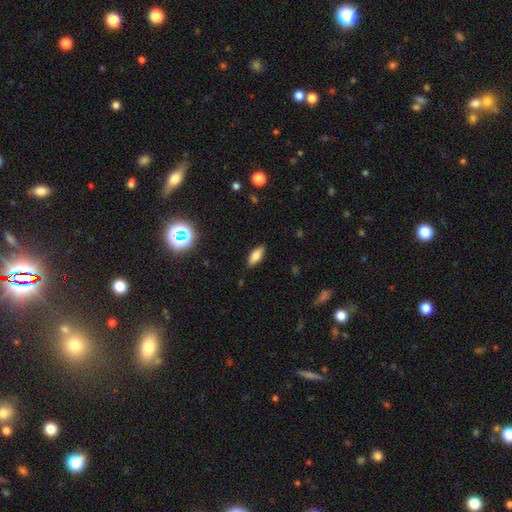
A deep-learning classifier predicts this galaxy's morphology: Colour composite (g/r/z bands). It shows a smooth galaxy with no disk features (75%) that is in between round and cigar-shaped (76%). Merging: none (86%).